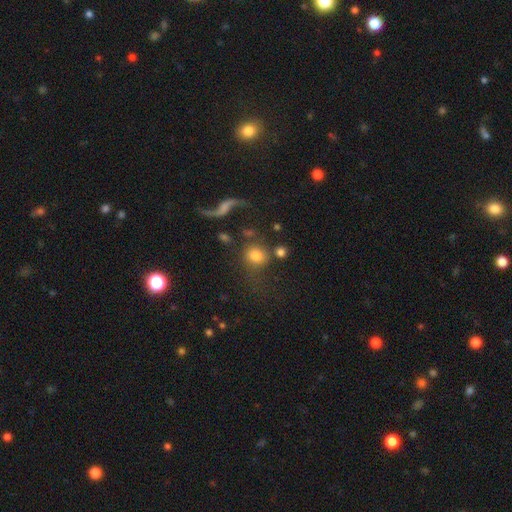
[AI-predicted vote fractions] Overall: smooth (71%). How rounded: round (78%). Merging: none (60%).